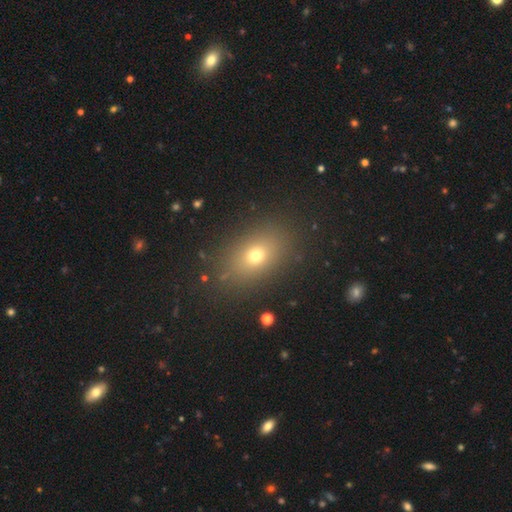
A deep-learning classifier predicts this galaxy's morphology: Overall: smooth (70%). How rounded: in between (75%). Merging: none (85%).